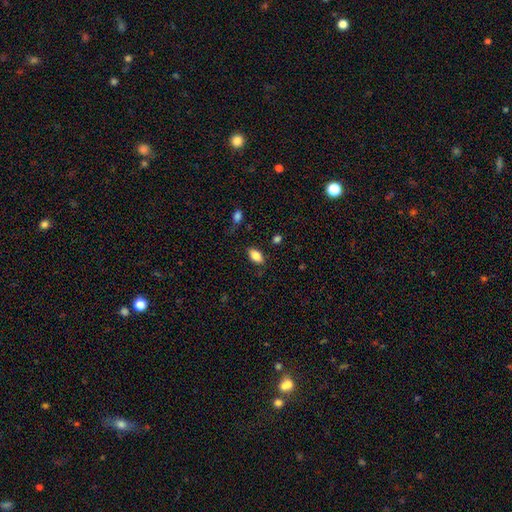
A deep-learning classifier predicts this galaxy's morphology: Overall: smooth (85%). How rounded: in between (92%). Merging: none (82%).